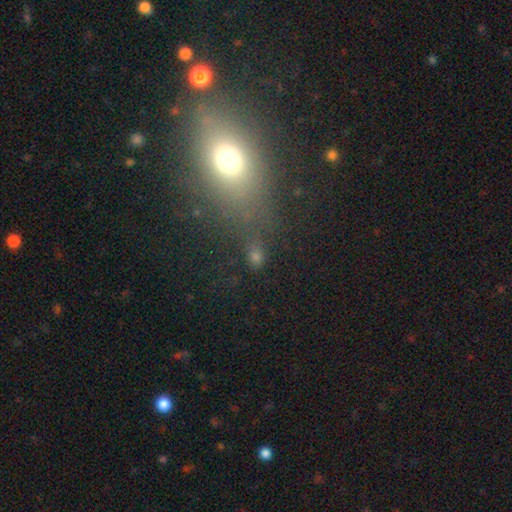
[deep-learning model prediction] A smooth galaxy with no disk features (55%) that is in between round and cigar-shaped (56%).

Vote fractions:
- Smooth or featured? smooth: 55% / star or artifact: 32% / featured or disk: 13%
- How rounded? in between: 56% / round: 38% / cigar-shaped: 6%
- Merging? none: 57% / minor disturbance: 15% / merger: 14% / major disturbance: 13%